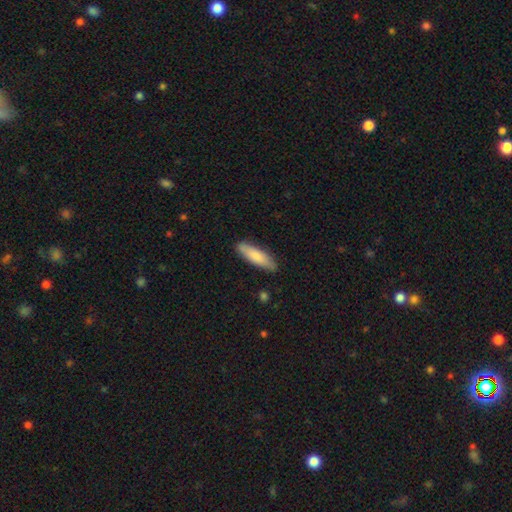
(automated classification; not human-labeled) smooth_or_featured: smooth (p=0.80) [alt: featured or disk p=0.14]
how_rounded: cigar-shaped (p=0.61) [alt: in between p=0.37]
merging: none (p=0.85) [alt: minor disturbance p=0.11]